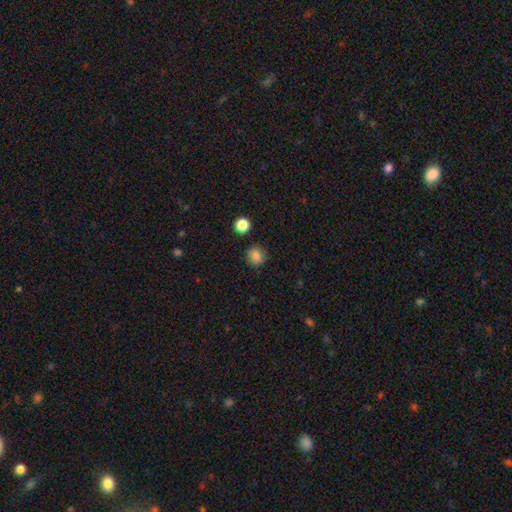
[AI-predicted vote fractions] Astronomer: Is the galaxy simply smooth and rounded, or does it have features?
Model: smooth — 85%.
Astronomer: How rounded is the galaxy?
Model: round — 83%.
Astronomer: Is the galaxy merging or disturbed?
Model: none — 87%.